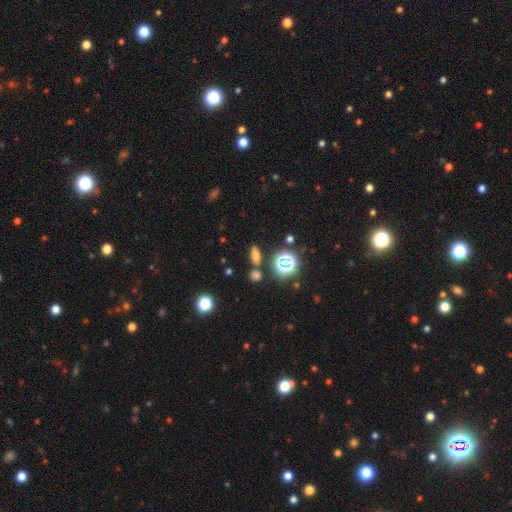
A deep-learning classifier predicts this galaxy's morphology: smooth 59%, star or artifact 28%, featured or disk 13%. Down the decision tree: how rounded — in between (71%); merging — none (78%).